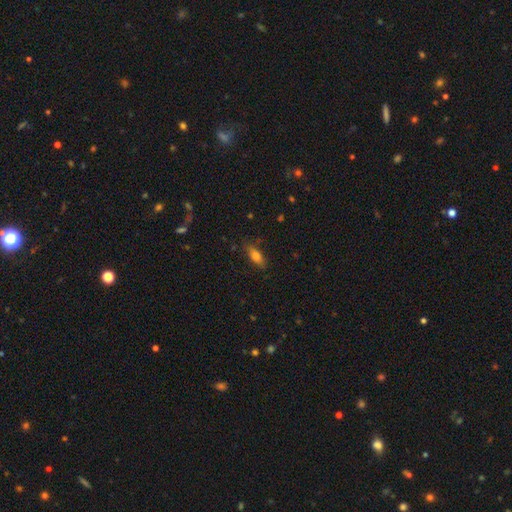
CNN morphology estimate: Overall: smooth (74%). How rounded: in between (66%; cigar-shaped 31%). Merging: none (78%).